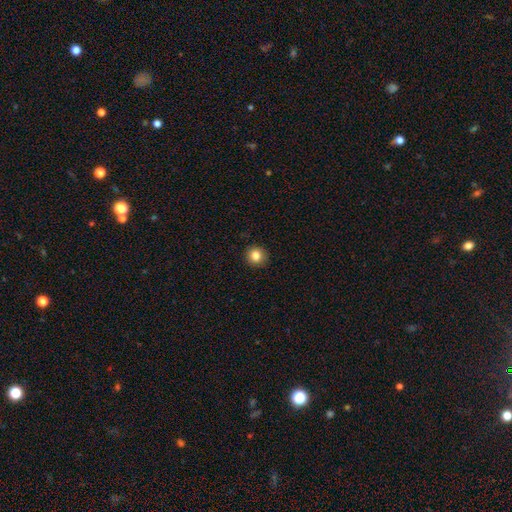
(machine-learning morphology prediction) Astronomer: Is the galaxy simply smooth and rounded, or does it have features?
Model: smooth — 84%.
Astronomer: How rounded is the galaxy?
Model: round — 93%.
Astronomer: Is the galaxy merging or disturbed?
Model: none — 92%.